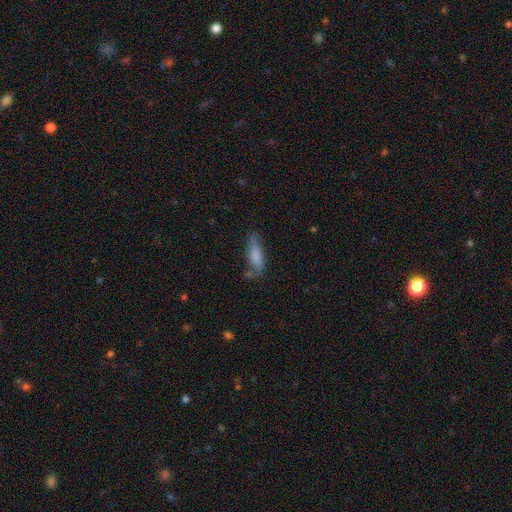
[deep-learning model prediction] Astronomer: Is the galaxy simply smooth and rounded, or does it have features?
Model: smooth — 74%.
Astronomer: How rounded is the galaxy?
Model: cigar-shaped — 49%, tied with in between at 49%.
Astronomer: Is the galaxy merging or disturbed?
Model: none — 58%.